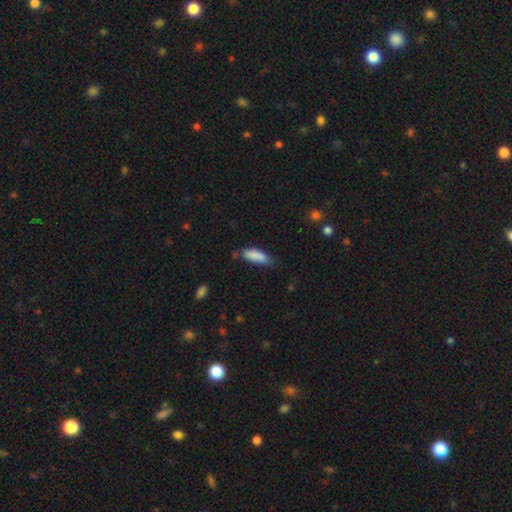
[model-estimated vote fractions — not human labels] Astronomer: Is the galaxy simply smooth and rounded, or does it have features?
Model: smooth — 86%.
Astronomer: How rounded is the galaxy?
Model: in between — 58% (runner-up: cigar-shaped, 40%).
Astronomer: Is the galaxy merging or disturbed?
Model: none — 60%.